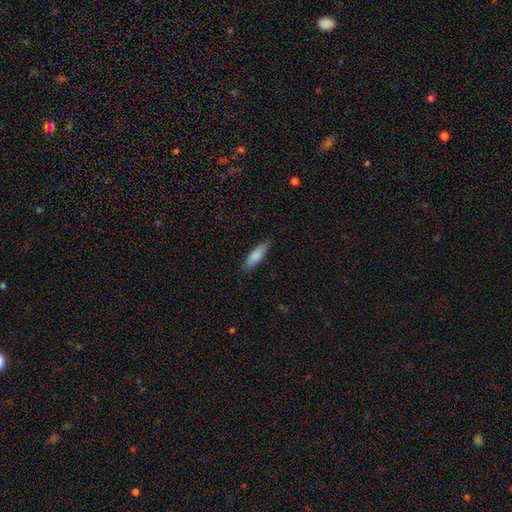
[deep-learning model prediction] This appears to be a smooth galaxy with no disk features (83%) that is cigar-shaped (58%). Merging: none (85%).